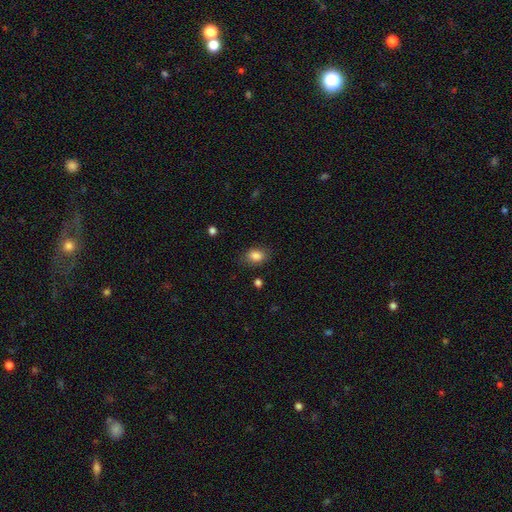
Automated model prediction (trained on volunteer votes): smooth_or_featured: smooth (p=0.85) [alt: star or artifact p=0.09]
how_rounded: in between (p=0.71) [alt: round p=0.28]
merging: none (p=0.79) [alt: minor disturbance p=0.15]